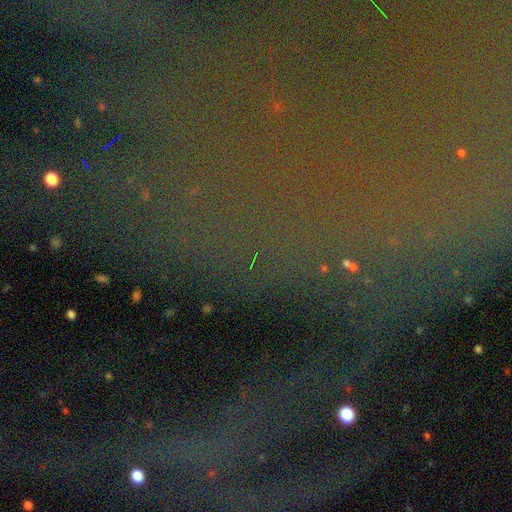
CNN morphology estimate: Smooth or featured? Predicted: star or artifact (p=0.82).